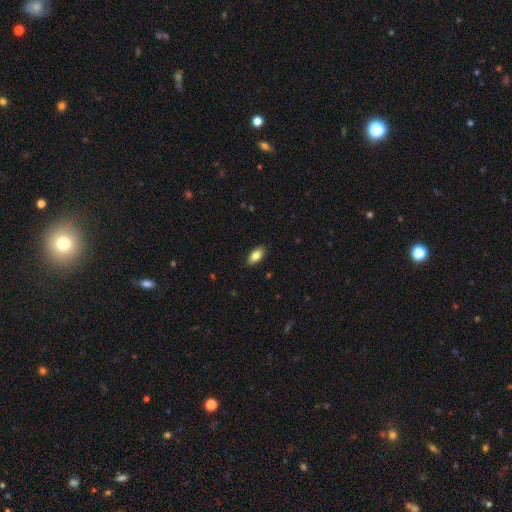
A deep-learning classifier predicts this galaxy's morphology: This is clearly a smooth galaxy (84%). How rounded: clearly in between (92%). Merging: clearly none (88%).